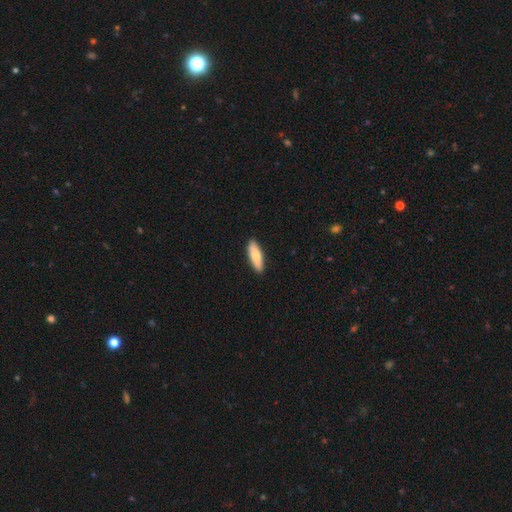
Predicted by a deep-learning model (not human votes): A smooth galaxy with no disk features (76%) that is cigar-shaped (51%). Merging: none (90%).